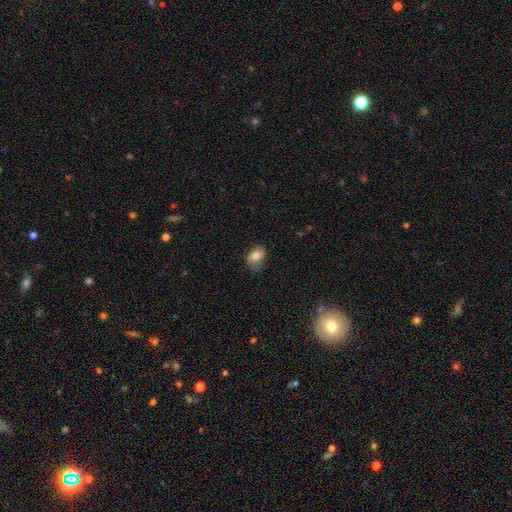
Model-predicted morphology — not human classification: The model was most divided on "merging": none: 60%, minor disturbance: 30%, major disturbance: 9%, merger: 1%. More confident: how rounded — in between (74%); smooth or featured — smooth (73%).